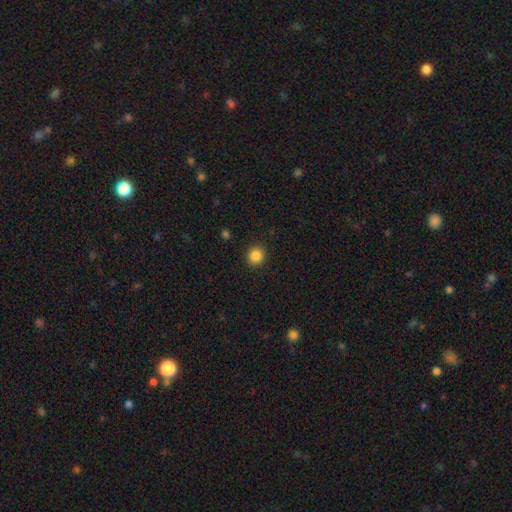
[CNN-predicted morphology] smooth-or-featured: smooth: 85% | star or artifact: 11% | featured or disk: 4%
  how-rounded: round: 82% | in between: 17% | cigar-shaped: 1%
  merging: none: 91% | minor disturbance: 6% | major disturbance: 2% | merger: 1%